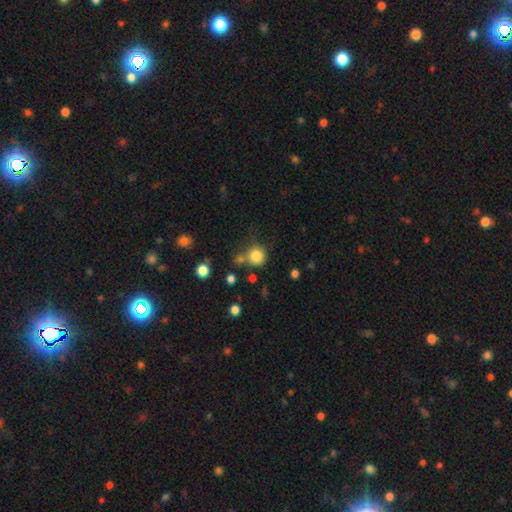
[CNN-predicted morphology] A smooth galaxy with no disk features (83%) that is round (92%). Merging: none (67%).